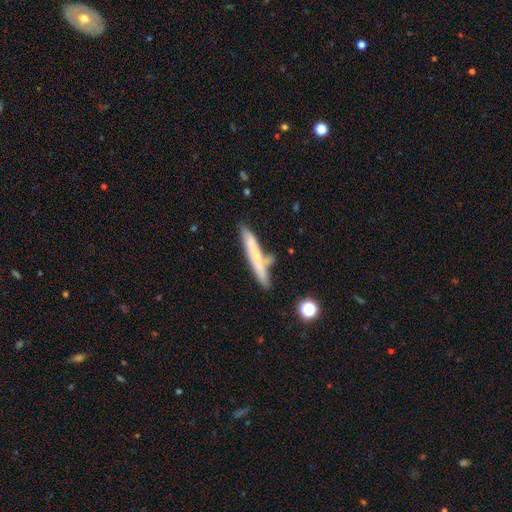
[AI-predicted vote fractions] Smooth or featured?
  - smooth: 50% *
  - featured or disk: 42%
  - star or artifact: 7%
How rounded?
  - cigar-shaped: 93% *
  - in between: 5%
  - round: 2%
Merging?
  - none: 67% *
  - minor disturbance: 16%
  - merger: 13%
  - major disturbance: 4%